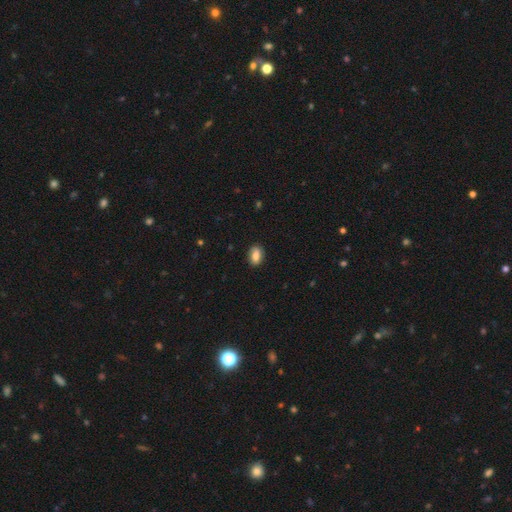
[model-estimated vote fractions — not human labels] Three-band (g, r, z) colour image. It shows a smooth galaxy with no disk features (80%) that is in between round and cigar-shaped (84%). Merging: none (87%).